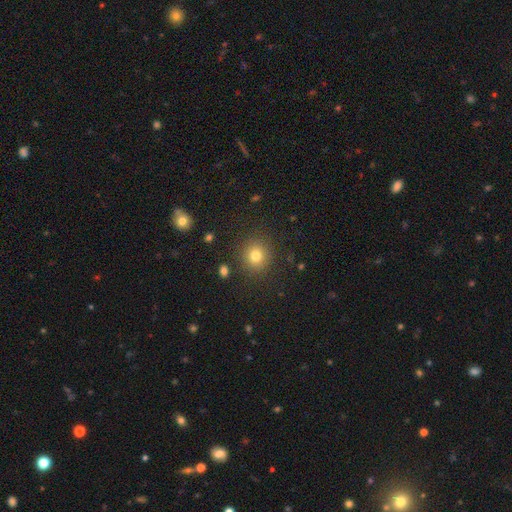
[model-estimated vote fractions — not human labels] Smooth or featured: smooth — 79% (star or artifact — 14%)
How rounded: round — 87% (in between — 12%)
Merging: none — 88% (minor disturbance — 7%)